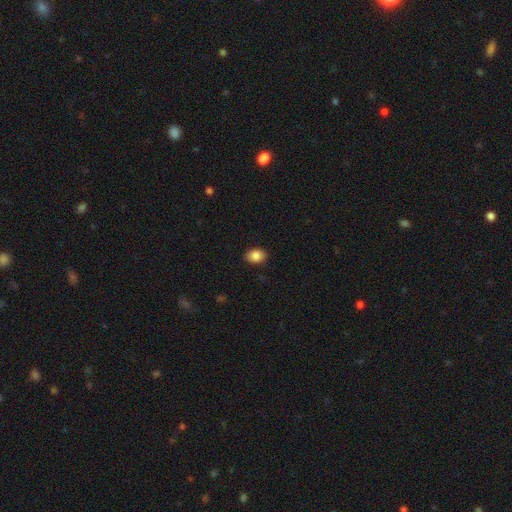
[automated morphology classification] Smooth or featured? smooth (86%)
How rounded? in between (69%)
Merging? none (89%)